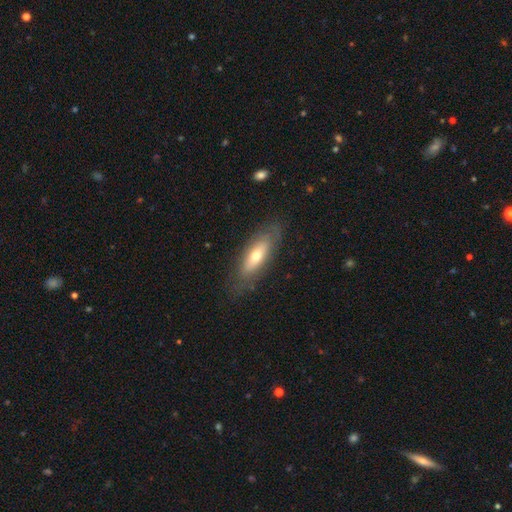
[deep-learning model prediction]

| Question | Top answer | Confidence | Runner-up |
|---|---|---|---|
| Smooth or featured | smooth | 54% | featured or disk (39%) |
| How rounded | in between | 63% | cigar-shaped (34%) |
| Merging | none | 79% | minor disturbance (14%) |